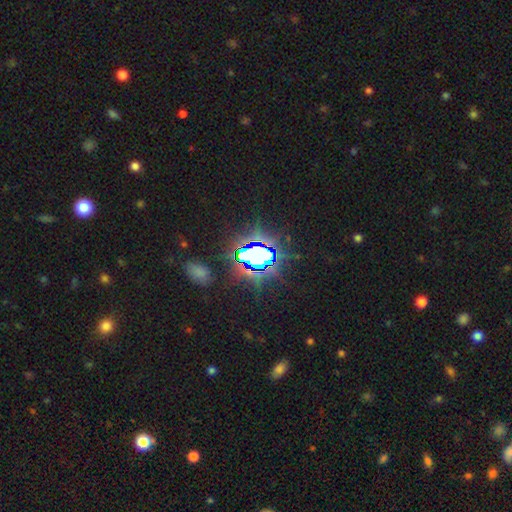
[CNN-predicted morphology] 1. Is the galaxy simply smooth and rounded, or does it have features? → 79% star or artifact, 12% smooth, 9% featured or disk.